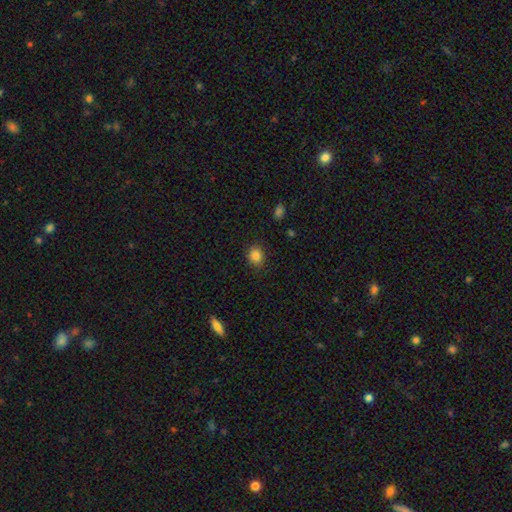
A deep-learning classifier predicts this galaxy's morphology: This is clearly a smooth galaxy (83%). How rounded: likely round (67%). Merging: clearly none (86%).